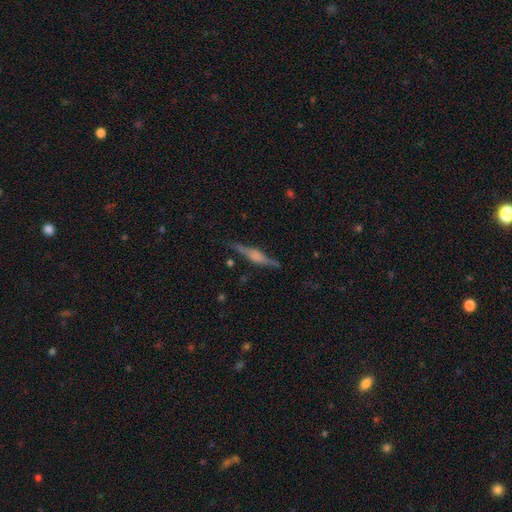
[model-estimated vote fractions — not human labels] Smooth or featured? featured or disk (75%)
Edge-on disk? yes (97%)
Edge-on bulge? rounded (67%)
Merging? none (86%)